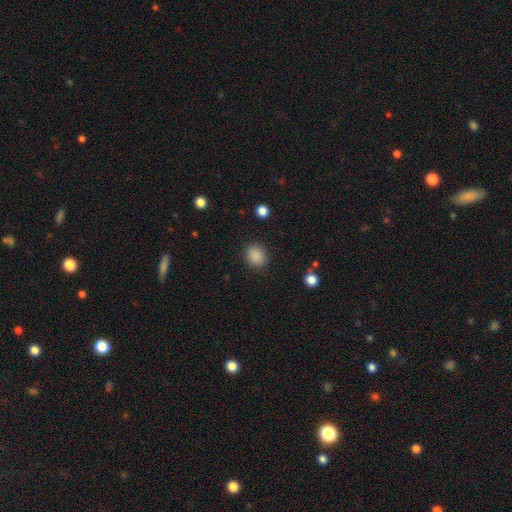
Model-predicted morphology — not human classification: type=smooth (88%); roundness=round (64%); merging=none (88%).